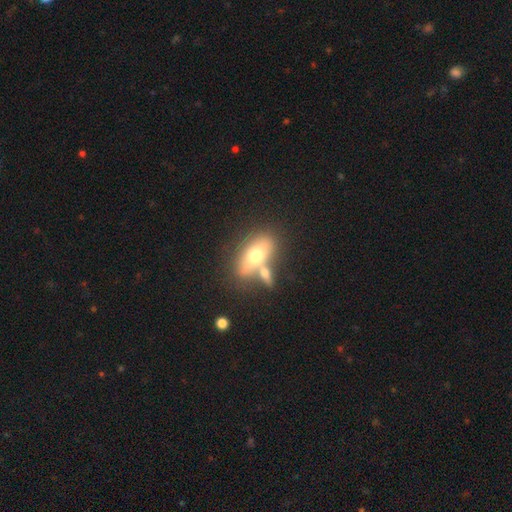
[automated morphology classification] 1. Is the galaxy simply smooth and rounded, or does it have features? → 63% smooth, 30% featured or disk, 7% star or artifact.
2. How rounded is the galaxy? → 80% in between, 13% cigar-shaped, 7% round.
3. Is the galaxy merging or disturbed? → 48% none, 34% merger, 12% minor disturbance, 5% major disturbance.